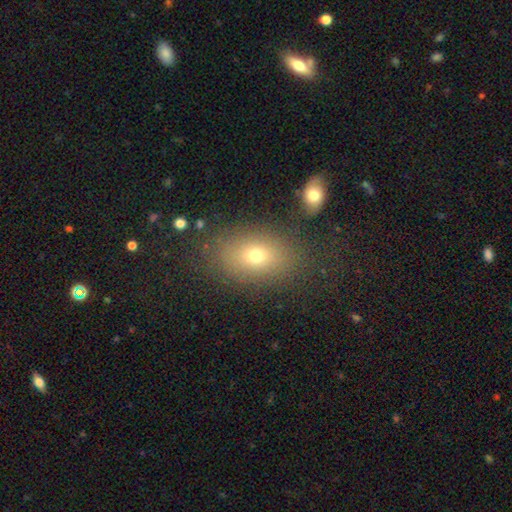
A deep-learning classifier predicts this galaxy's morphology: A smooth galaxy with no disk features (69%) that is in between round and cigar-shaped (79%). Merging: none (78%).